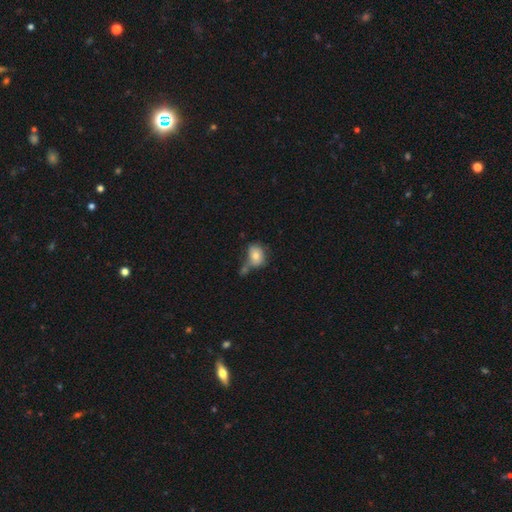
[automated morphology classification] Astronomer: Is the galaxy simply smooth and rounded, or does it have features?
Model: smooth — 75%.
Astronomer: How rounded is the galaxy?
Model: in between — 60% (runner-up: round, 39%).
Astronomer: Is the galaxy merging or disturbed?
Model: none — 41% (runner-up: merger, 28%).